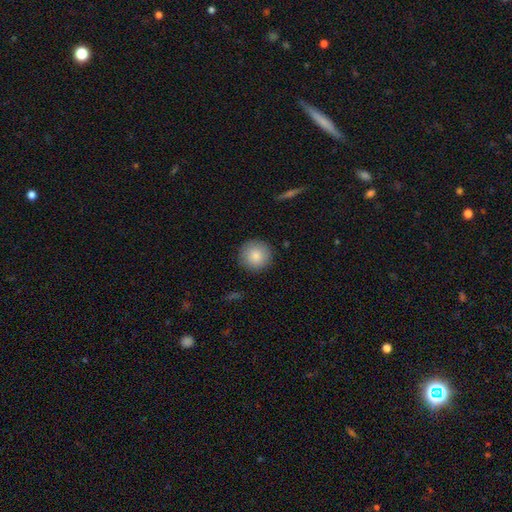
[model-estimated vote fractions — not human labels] The model was most divided on "smooth or featured": smooth: 86%, star or artifact: 8%, featured or disk: 7%. More confident: how rounded — round (95%); merging — none (90%).